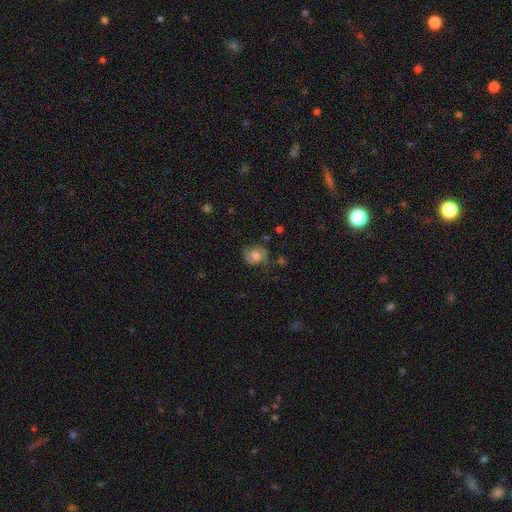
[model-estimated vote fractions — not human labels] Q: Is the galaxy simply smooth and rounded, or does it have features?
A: featured or disk — 57%.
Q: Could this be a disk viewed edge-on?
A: no — 97%.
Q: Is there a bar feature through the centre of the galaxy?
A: no — 58%.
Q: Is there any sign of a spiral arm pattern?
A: yes — 87%.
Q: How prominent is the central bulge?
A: moderate — 46%.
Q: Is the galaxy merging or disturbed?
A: none — 67%.